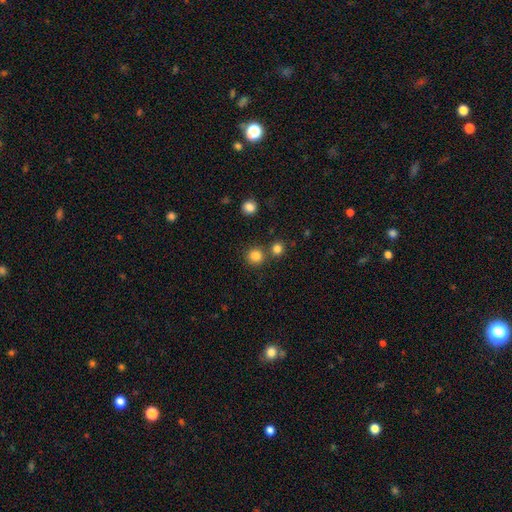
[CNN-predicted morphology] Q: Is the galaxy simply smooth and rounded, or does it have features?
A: smooth — 83%.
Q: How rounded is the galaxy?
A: round — 93%.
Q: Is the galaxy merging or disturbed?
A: none — 76%.